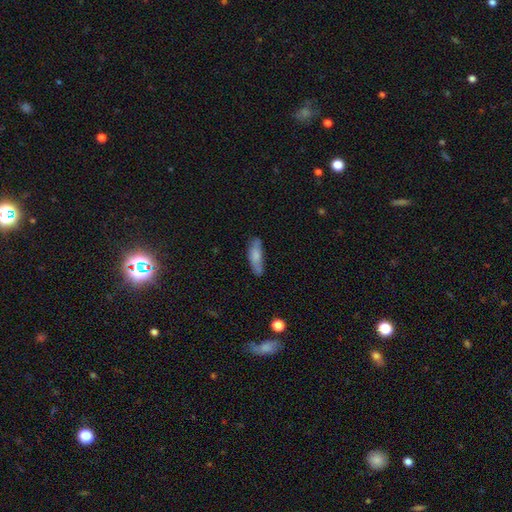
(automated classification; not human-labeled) smooth-or-featured: smooth: 75% | featured or disk: 18% | star or artifact: 7%
  how-rounded: cigar-shaped: 53% | in between: 45% | round: 2%
  merging: none: 65% | minor disturbance: 25% | major disturbance: 6% | merger: 3%